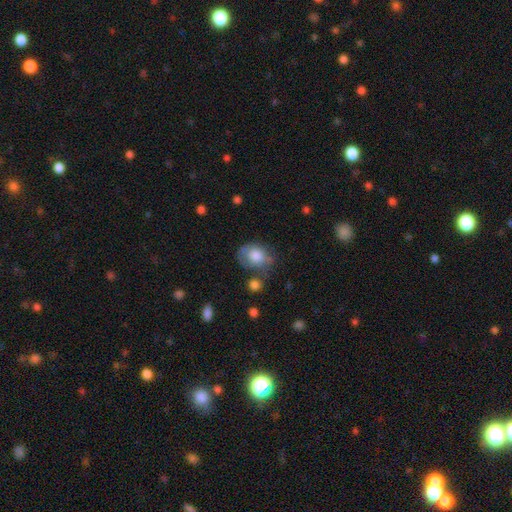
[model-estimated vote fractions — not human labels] This appears to be a smooth galaxy with no disk features (75%) that is in between round and cigar-shaped (53%). Merging: none (49%).